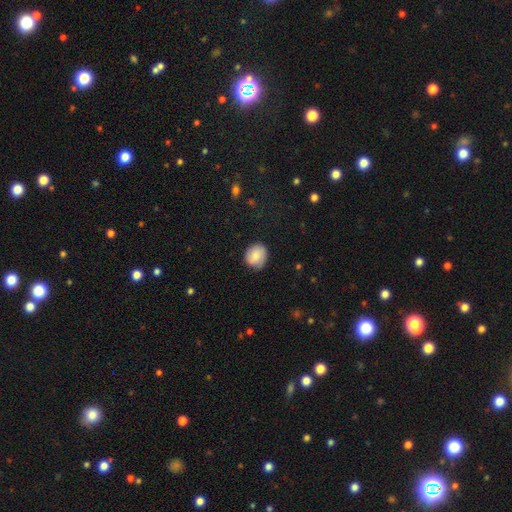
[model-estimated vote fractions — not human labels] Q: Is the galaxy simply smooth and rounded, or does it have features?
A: smooth — 75%.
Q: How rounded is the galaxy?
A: round — 77%.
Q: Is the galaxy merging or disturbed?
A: none — 78%.